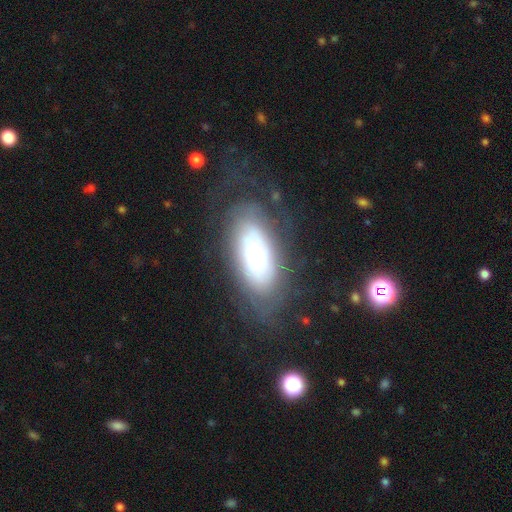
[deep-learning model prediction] Smooth or featured? featured or disk (59%)
Edge-on disk? no (87%)
Bar? no (76%)
Spiral arms? yes (65%)
Bulge size? small (55%)
Merging? none (63%)